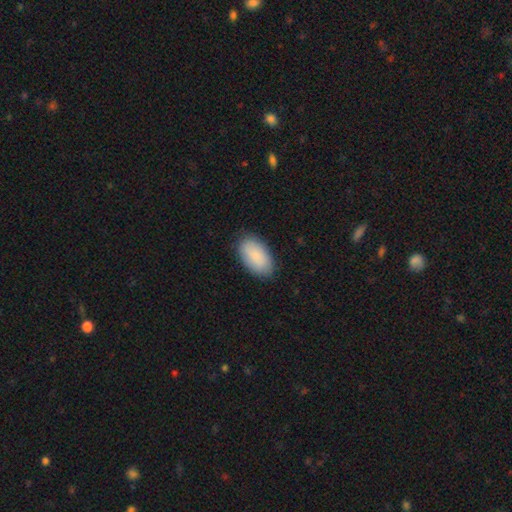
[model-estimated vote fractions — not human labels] Smooth or featured: smooth — 88% (featured or disk — 7%)
How rounded: in between — 95% (round — 3%)
Merging: none — 86% (minor disturbance — 11%)